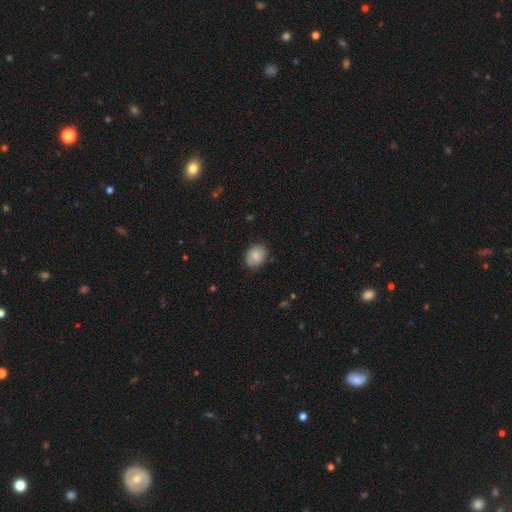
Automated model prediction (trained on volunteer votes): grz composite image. It shows a smooth galaxy with no disk features (81%) that is in between round and cigar-shaped (60%). Merging: none (84%).